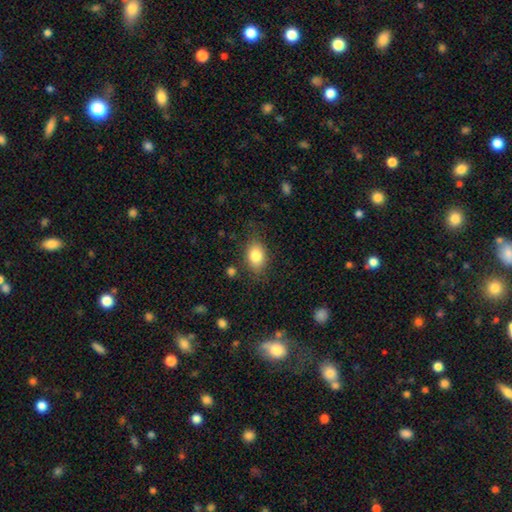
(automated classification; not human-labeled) Smooth or featured?
  - smooth: 83% *
  - featured or disk: 9%
  - star or artifact: 8%
How rounded?
  - in between: 77% *
  - round: 22%
  - cigar-shaped: 1%
Merging?
  - none: 79% *
  - minor disturbance: 15%
  - major disturbance: 5%
  - merger: 2%